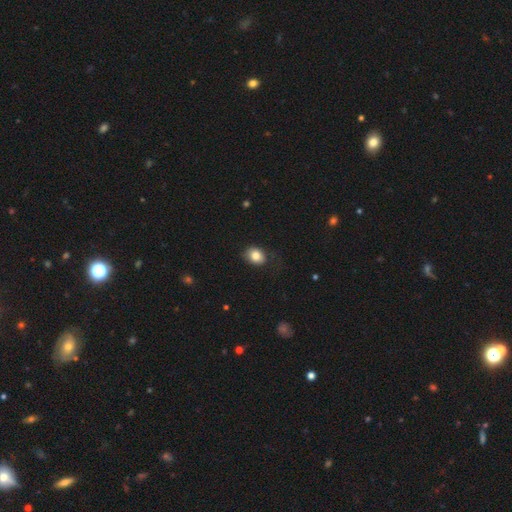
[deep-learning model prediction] smooth 83%, star or artifact 9%, featured or disk 9%. Down the decision tree: how rounded — in between (60%); merging — none (71%).